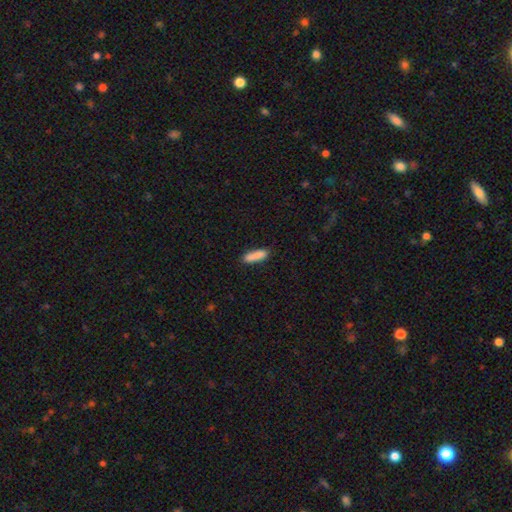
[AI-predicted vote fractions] Smooth or featured? smooth (87%)
How rounded? cigar-shaped (70%)
Merging? none (84%)